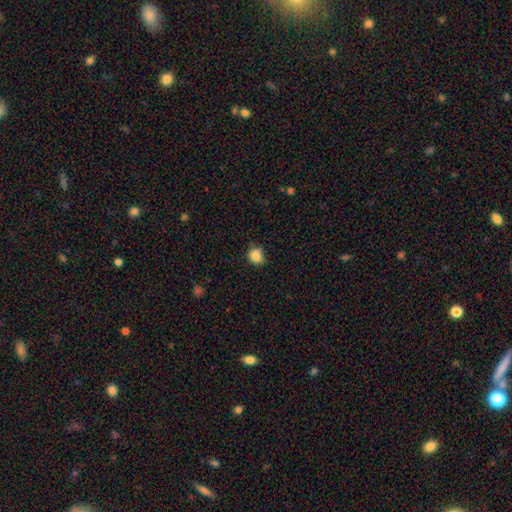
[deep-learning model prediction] A smooth galaxy with no disk features (84%) that is round (59%).

Vote fractions:
- Smooth or featured? smooth: 84% / star or artifact: 11% / featured or disk: 6%
- How rounded? round: 59% / in between: 40% / cigar-shaped: 1%
- Merging? none: 58% / minor disturbance: 30% / major disturbance: 8% / merger: 4%